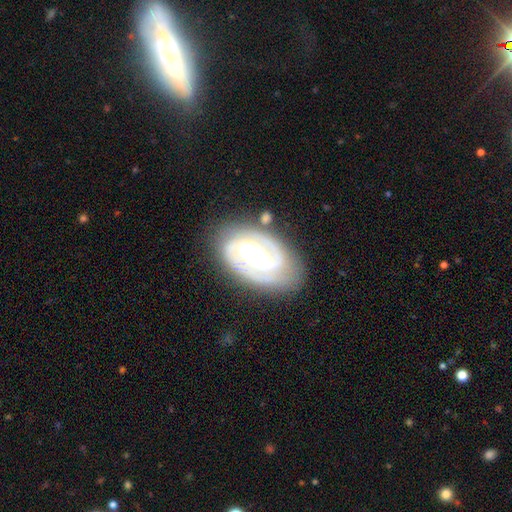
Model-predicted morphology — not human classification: Smooth or featured? Predicted: featured or disk (p=0.81). Edge-on disk? Predicted: no (p=0.95). Bar? Predicted: strong (p=0.57). Spiral arms? Predicted: yes (p=0.71). Spiral winding? Predicted: tight (p=0.58). Spiral arm count? Predicted: 2 (p=0.65). Bulge size? Predicted: large (p=0.48). Merging? Predicted: none (p=0.70).